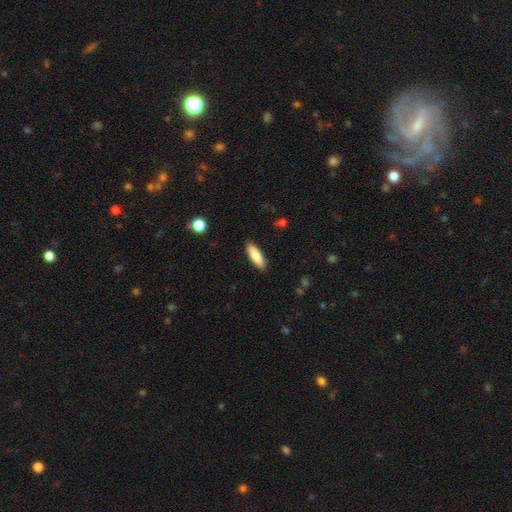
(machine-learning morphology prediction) Smooth or featured?
  - smooth: 82% *
  - featured or disk: 12%
  - star or artifact: 6%
How rounded?
  - in between: 50% *
  - cigar-shaped: 48%
  - round: 2%
Merging?
  - none: 88% *
  - minor disturbance: 9%
  - major disturbance: 2%
  - merger: 1%